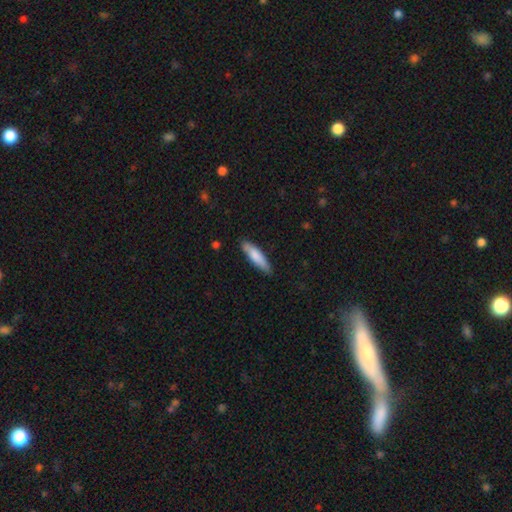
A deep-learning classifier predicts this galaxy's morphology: Smooth or featured: smooth — 78% (featured or disk — 16%)
How rounded: cigar-shaped — 71% (in between — 28%)
Merging: none — 81% (minor disturbance — 16%)